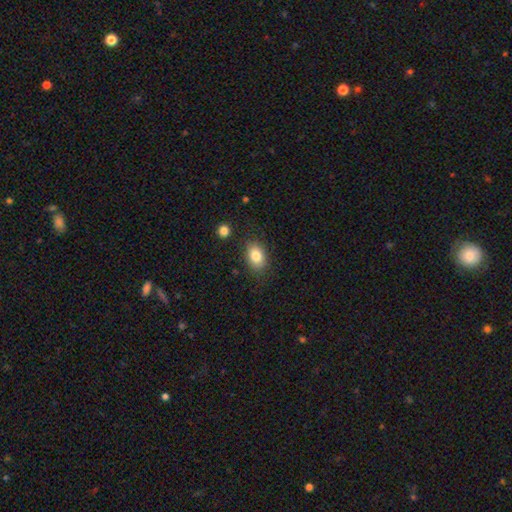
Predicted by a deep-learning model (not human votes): Smooth or featured? Predicted: smooth (p=0.83). How rounded? Predicted: in between (p=0.81). Merging? Predicted: none (p=0.83).